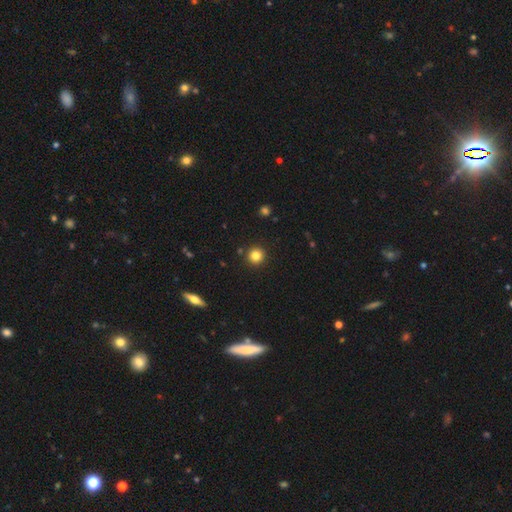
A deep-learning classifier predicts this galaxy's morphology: smooth 82%, star or artifact 12%, featured or disk 6%. Down the decision tree: how rounded — round (94%); merging — none (91%).